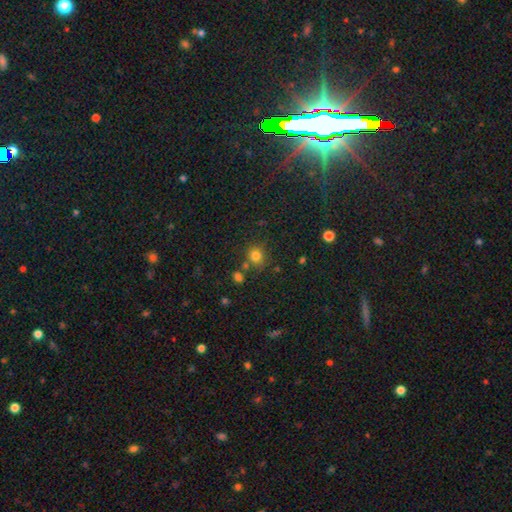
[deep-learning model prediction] Smooth or featured?
  - smooth: 78% *
  - star or artifact: 16%
  - featured or disk: 7%
How rounded?
  - round: 81% *
  - in between: 18%
  - cigar-shaped: 1%
Merging?
  - none: 68% *
  - merger: 13%
  - minor disturbance: 13%
  - major disturbance: 5%